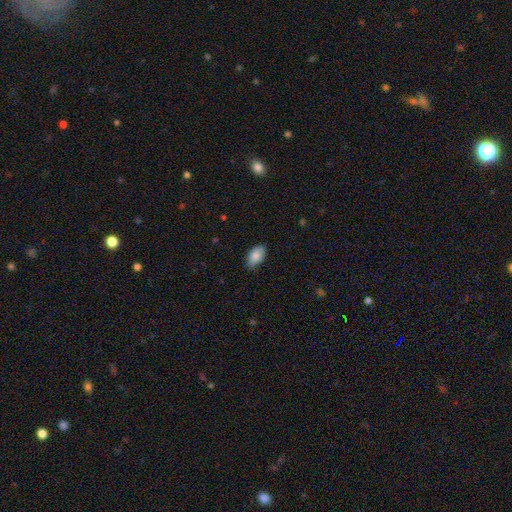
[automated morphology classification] Q: Smooth or featured?
A: smooth (84%); runner-up: featured or disk (9%)
Q: How rounded?
A: in between (93%); runner-up: round (5%)
Q: Merging?
A: none (78%); runner-up: minor disturbance (19%)